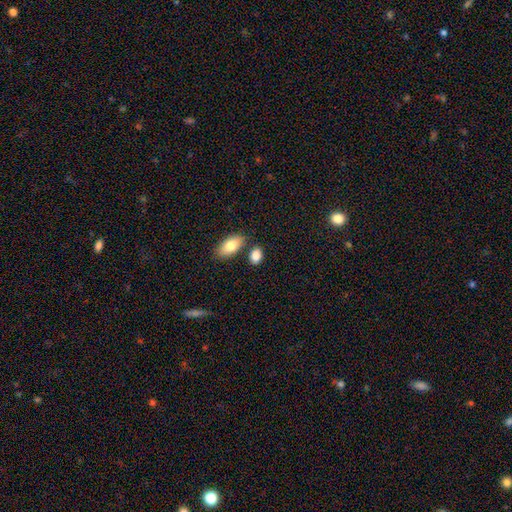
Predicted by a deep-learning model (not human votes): Smooth or featured? Predicted: smooth (p=0.85). How rounded? Predicted: in between (p=0.83). Merging? Predicted: none (p=0.69).